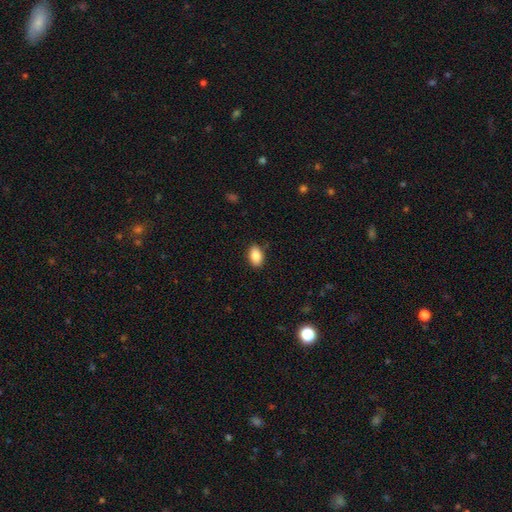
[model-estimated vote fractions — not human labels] smooth 88%, star or artifact 7%, featured or disk 5%. Down the decision tree: how rounded — in between (90%); merging — none (86%).